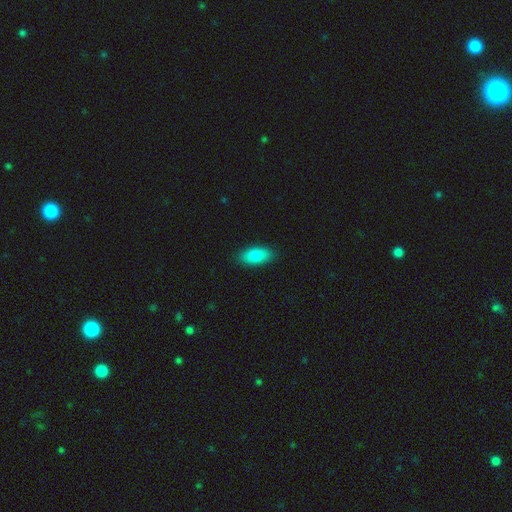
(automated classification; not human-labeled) A smooth galaxy with no disk features (85%) that is in between round and cigar-shaped (90%).

Vote fractions:
- Smooth or featured? smooth: 85% / featured or disk: 8% / star or artifact: 7%
- How rounded? in between: 90% / cigar-shaped: 7% / round: 3%
- Merging? none: 88% / minor disturbance: 9% / major disturbance: 2% / merger: 1%